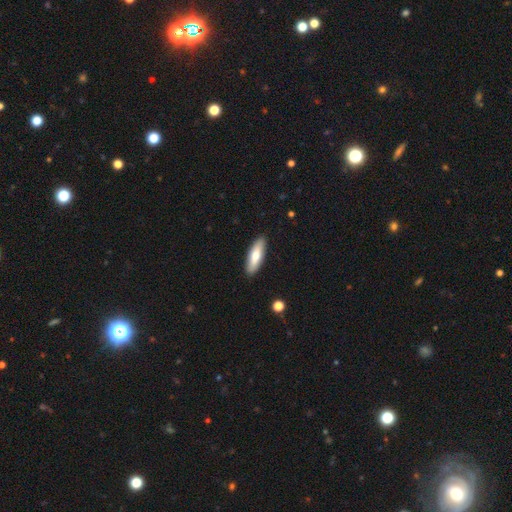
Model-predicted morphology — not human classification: Smooth or featured?
  - smooth: 71% *
  - featured or disk: 24%
  - star or artifact: 6%
How rounded?
  - in between: 50% *
  - cigar-shaped: 48%
  - round: 2%
Merging?
  - none: 89% *
  - minor disturbance: 8%
  - major disturbance: 2%
  - merger: 1%